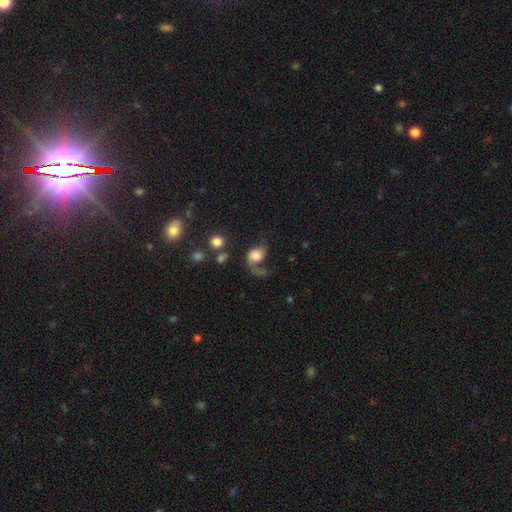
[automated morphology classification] Smooth or featured: featured or disk — 47% (smooth — 44%)
Merging: major disturbance — 46% (none — 28%)